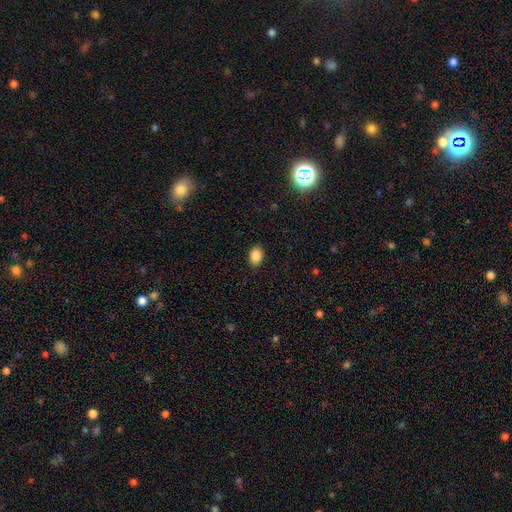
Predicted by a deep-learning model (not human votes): smooth_or_featured: smooth (p=0.88) [alt: star or artifact p=0.09]
how_rounded: in between (p=0.79) [alt: round p=0.20]
merging: none (p=0.88) [alt: minor disturbance p=0.09]